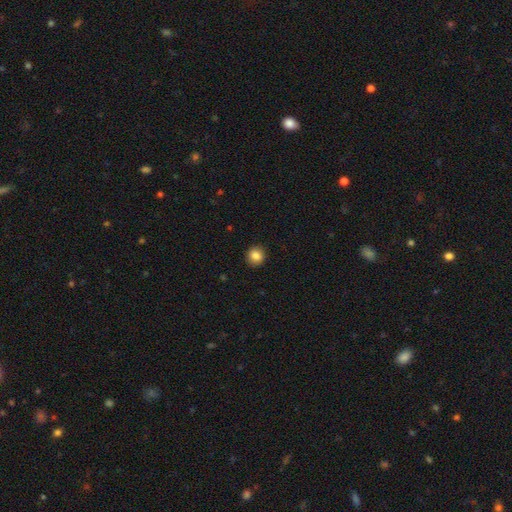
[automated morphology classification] Smooth or featured? Predicted: smooth (p=0.85). How rounded? Predicted: round (p=0.87). Merging? Predicted: none (p=0.91).